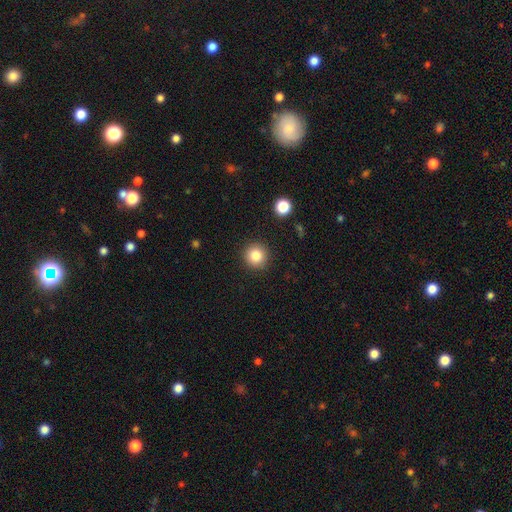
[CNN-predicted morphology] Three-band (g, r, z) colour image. It shows a smooth galaxy with no disk features (83%) that is round (95%). Merging: none (91%).